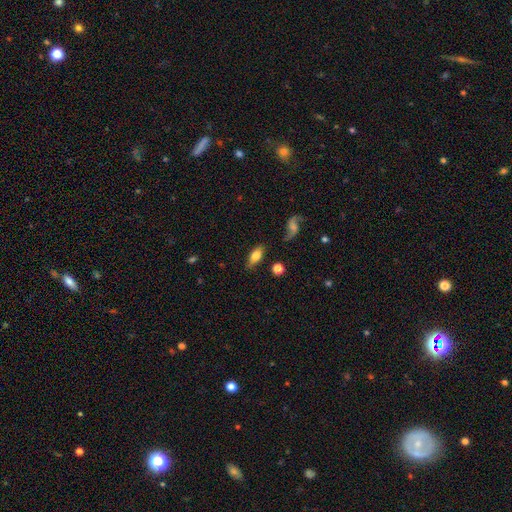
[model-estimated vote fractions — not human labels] The model was most divided on "smooth or featured": smooth: 71%, featured or disk: 21%, star or artifact: 7%. More confident: how rounded — in between (83%); merging — none (75%).